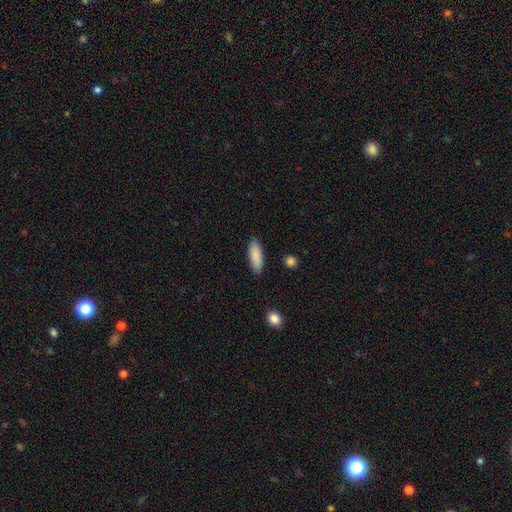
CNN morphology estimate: This appears to be a smooth galaxy with no disk features (89%) that is in between round and cigar-shaped (64%). Merging: none (88%).